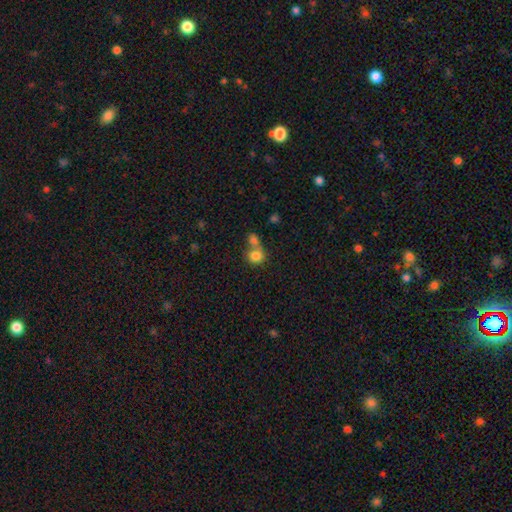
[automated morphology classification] type=smooth (81%); roundness=round (74%); merging=merger (53%).